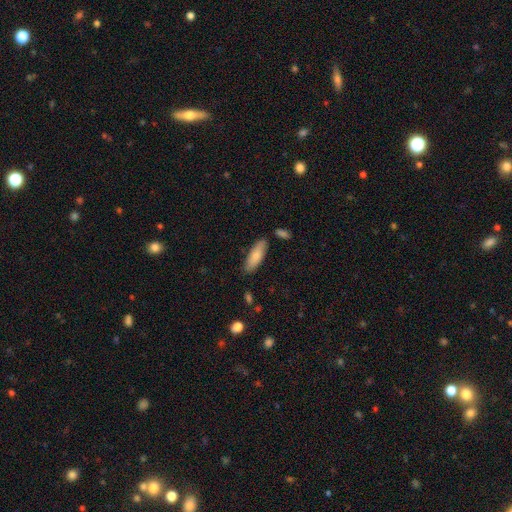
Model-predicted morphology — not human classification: smooth_or_featured: smooth (p=0.82) [alt: featured or disk p=0.12]
how_rounded: in between (p=0.58) [alt: cigar-shaped p=0.40]
merging: none (p=0.81) [alt: minor disturbance p=0.13]